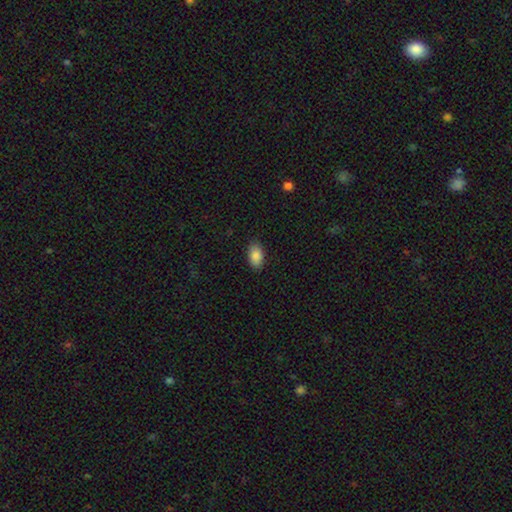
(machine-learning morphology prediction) smooth 87%, star or artifact 7%, featured or disk 5%. Down the decision tree: how rounded — in between (93%); merging — none (87%).